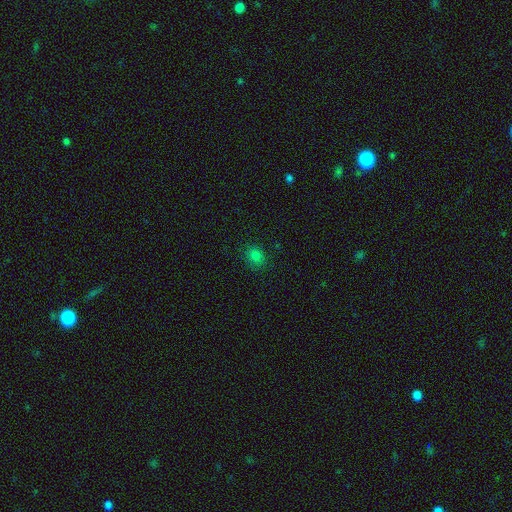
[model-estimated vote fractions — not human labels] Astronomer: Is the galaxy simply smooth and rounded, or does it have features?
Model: smooth — 81%.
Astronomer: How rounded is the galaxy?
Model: in between — 50% (runner-up: round, 49%).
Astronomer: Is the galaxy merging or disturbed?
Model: none — 85%.